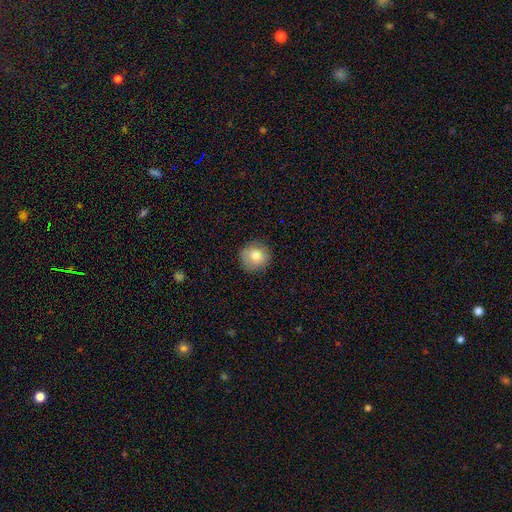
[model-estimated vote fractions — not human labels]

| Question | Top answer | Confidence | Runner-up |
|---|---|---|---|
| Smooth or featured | smooth | 81% | featured or disk (10%) |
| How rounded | round | 92% | in between (7%) |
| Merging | none | 86% | minor disturbance (10%) |